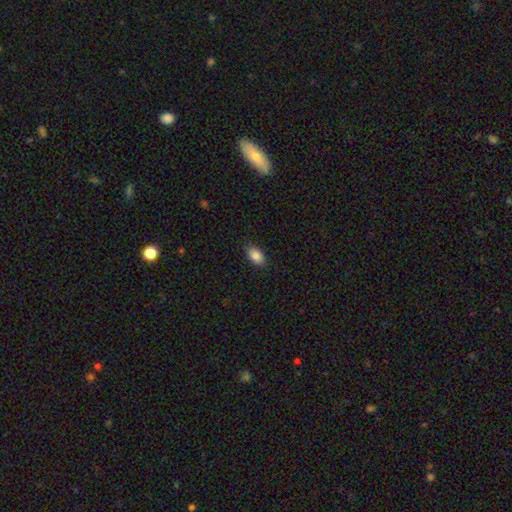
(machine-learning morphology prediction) Smooth or featured: smooth — 86% (star or artifact — 8%)
How rounded: in between — 90% (round — 8%)
Merging: none — 87% (minor disturbance — 10%)